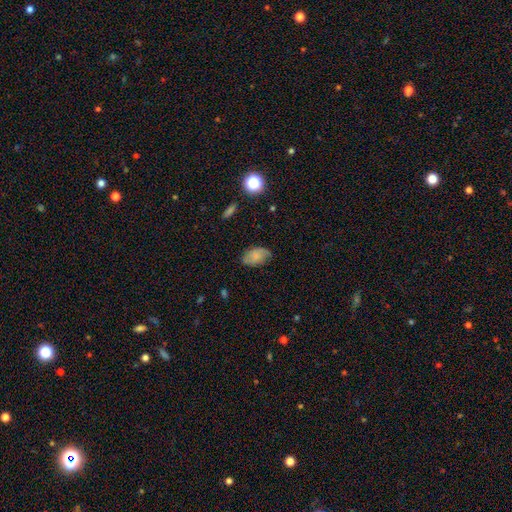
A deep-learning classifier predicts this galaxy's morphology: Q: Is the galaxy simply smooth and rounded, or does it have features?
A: smooth — 71%.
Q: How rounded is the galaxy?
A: in between — 90%.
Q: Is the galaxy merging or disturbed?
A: none — 68%.